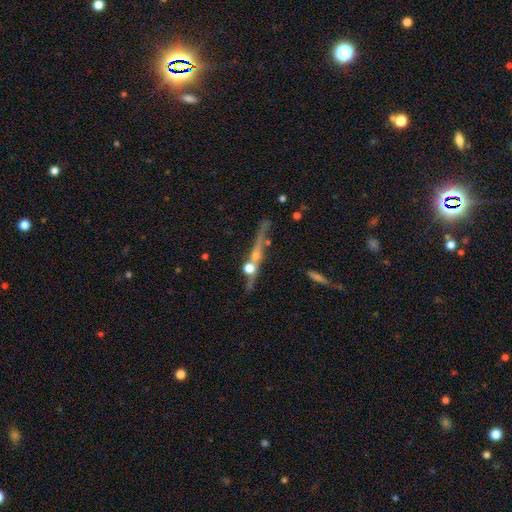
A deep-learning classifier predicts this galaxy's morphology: Overall: featured or disk (60%; smooth 24%). Edge-on disk: yes (80%). Merging: none (51%; merger 26%).